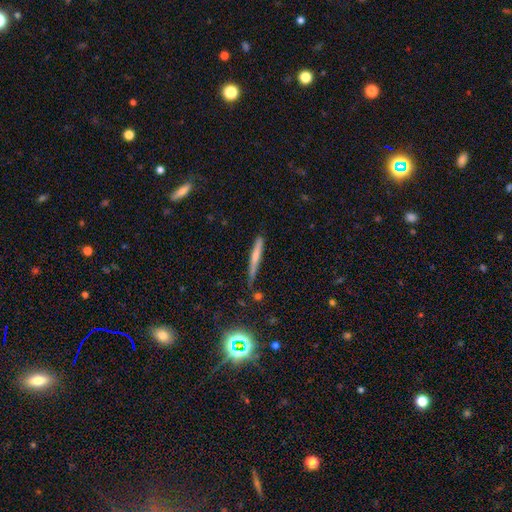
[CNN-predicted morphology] This is possibly a smooth galaxy (59%). How rounded: clearly cigar-shaped (94%). Merging: likely none (67%).